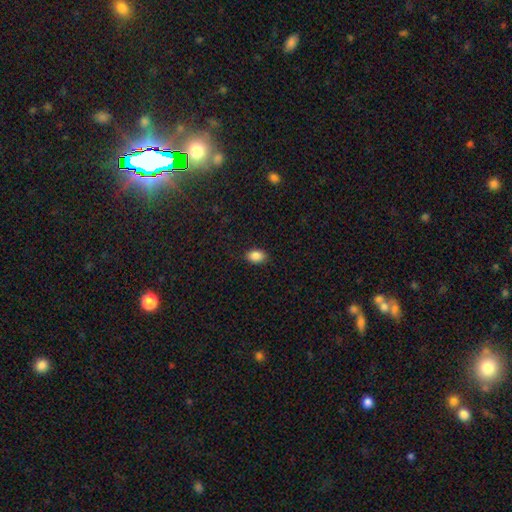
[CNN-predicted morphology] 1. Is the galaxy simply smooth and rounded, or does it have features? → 87% smooth, 8% star or artifact, 4% featured or disk.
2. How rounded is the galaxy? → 86% in between, 13% round, 1% cigar-shaped.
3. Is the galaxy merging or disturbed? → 87% none, 10% minor disturbance, 2% major disturbance, 1% merger.